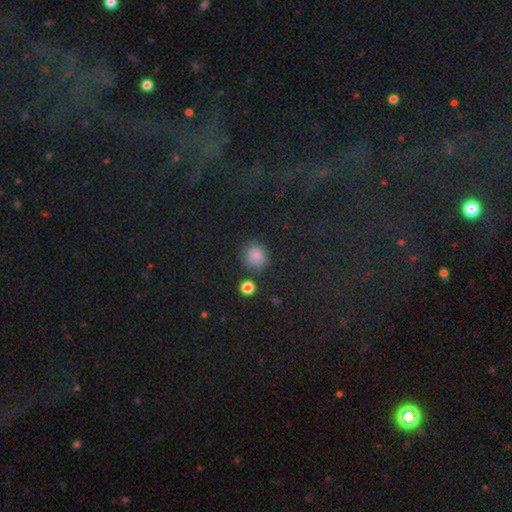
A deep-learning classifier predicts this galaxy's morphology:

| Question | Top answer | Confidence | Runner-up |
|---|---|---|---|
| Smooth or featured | smooth | 78% | star or artifact (15%) |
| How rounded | round | 79% | in between (20%) |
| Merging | none | 71% | minor disturbance (19%) |